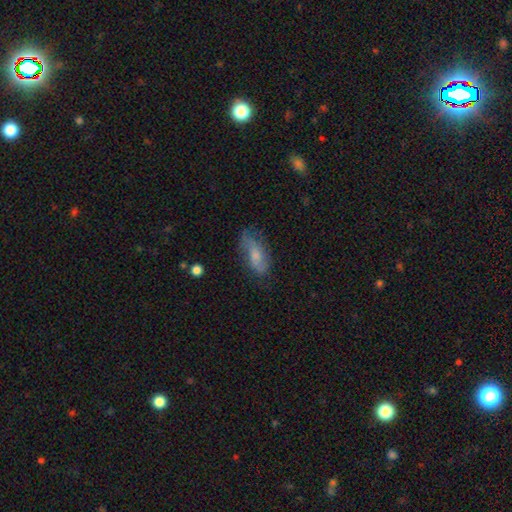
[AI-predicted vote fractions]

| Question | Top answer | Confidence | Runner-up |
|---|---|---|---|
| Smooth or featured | smooth | 49% | featured or disk (43%) |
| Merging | none | 60% | minor disturbance (28%) |